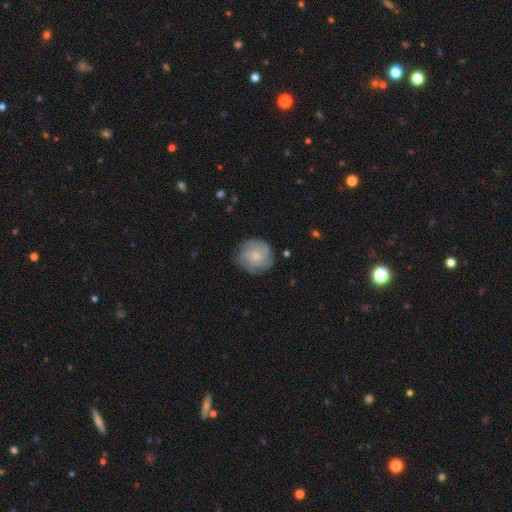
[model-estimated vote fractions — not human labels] This appears to be a featured or disk galaxy (59%) with no bar (78%), tight (51%) spiral arms (90%) and a small central bulge (48%). Merging: none (79%).